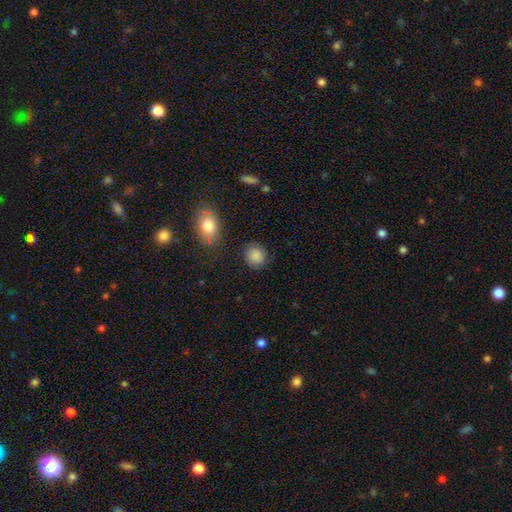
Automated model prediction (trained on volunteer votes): smooth-or-featured: smooth: 86% | star or artifact: 9% | featured or disk: 5%
  how-rounded: round: 81% | in between: 18% | cigar-shaped: 1%
  merging: none: 85% | minor disturbance: 10% | major disturbance: 3% | merger: 2%